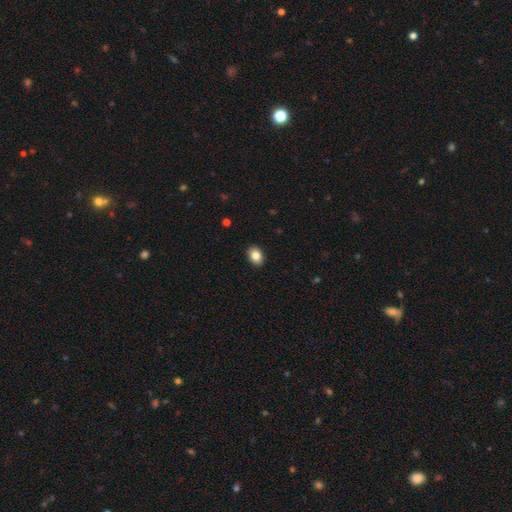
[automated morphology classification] A smooth galaxy with no disk features (85%) that is in between round and cigar-shaped (75%).

Vote fractions:
- Smooth or featured? smooth: 85% / star or artifact: 8% / featured or disk: 7%
- How rounded? in between: 75% / round: 24% / cigar-shaped: 1%
- Merging? none: 90% / minor disturbance: 7% / major disturbance: 2% / merger: 1%